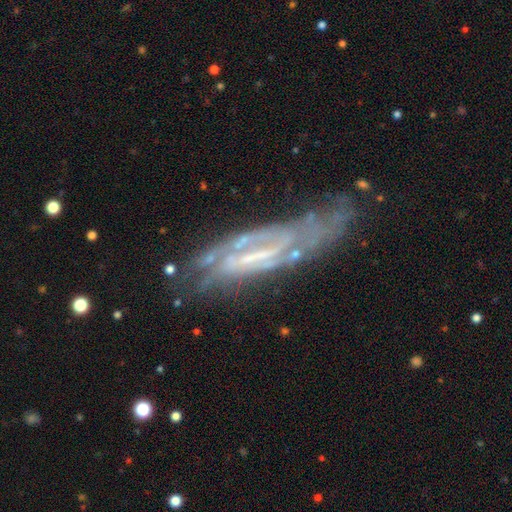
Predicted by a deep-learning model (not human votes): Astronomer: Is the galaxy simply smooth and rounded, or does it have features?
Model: featured or disk — 78%.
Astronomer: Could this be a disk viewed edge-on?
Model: no — 68%.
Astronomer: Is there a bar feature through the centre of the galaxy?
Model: strong — 39% (runner-up: weak, 34%).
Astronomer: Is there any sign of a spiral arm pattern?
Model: yes — 75%.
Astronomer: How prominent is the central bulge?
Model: none — 40% (runner-up: small, 39%).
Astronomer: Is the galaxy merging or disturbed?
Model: none — 53%.